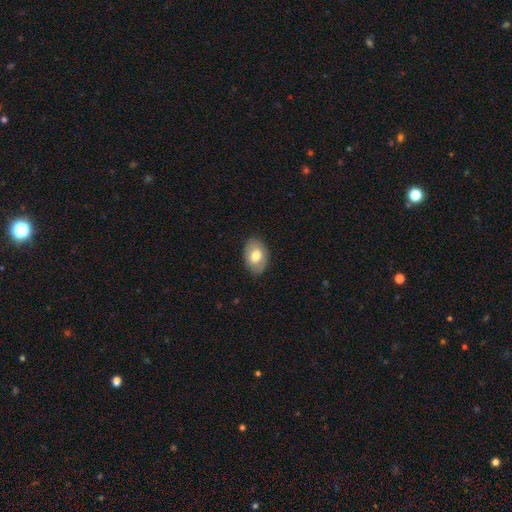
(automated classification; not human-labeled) smooth 71%, featured or disk 22%, star or artifact 7%. Down the decision tree: how rounded — in between (85%); merging — none (84%).